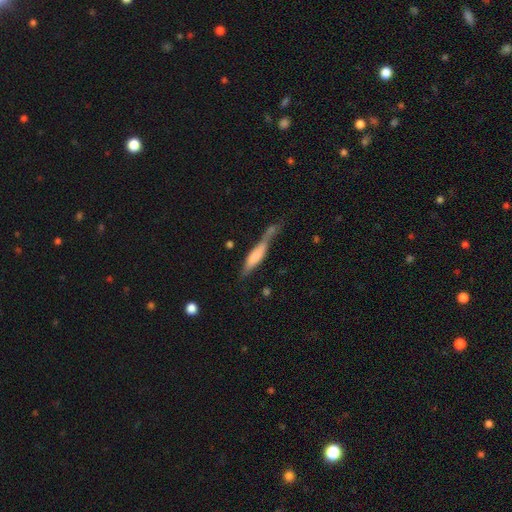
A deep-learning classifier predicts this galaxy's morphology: smooth-or-featured: smooth: 62% | featured or disk: 31% | star or artifact: 7%
  how-rounded: cigar-shaped: 77% | in between: 21% | round: 2%
  merging: none: 35% | minor disturbance: 24% | merger: 24% | major disturbance: 17%